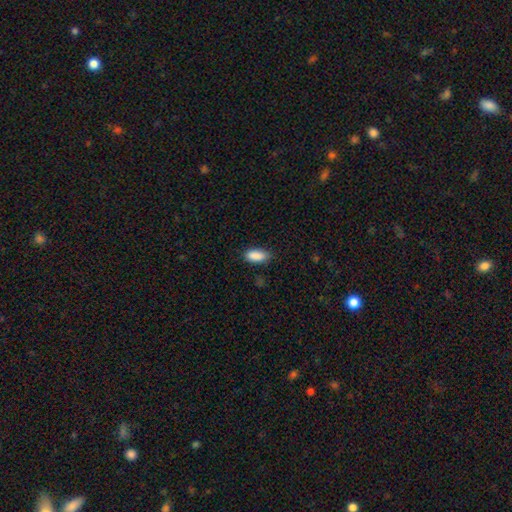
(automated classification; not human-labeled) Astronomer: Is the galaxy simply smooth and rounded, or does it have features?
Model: smooth — 89%.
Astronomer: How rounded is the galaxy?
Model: in between — 88%.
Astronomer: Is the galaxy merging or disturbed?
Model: none — 78%.